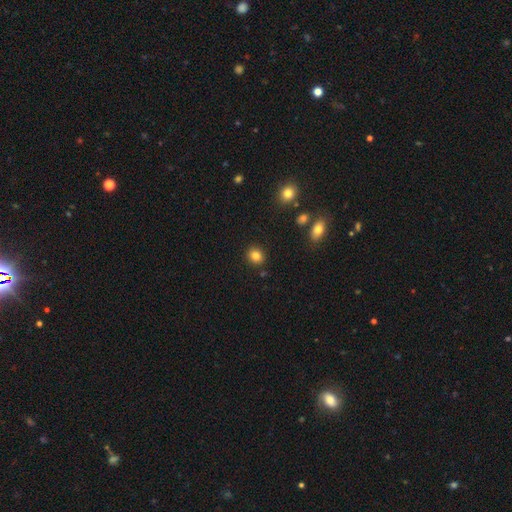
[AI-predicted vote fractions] Smooth or featured? smooth (82%)
How rounded? round (78%)
Merging? none (89%)